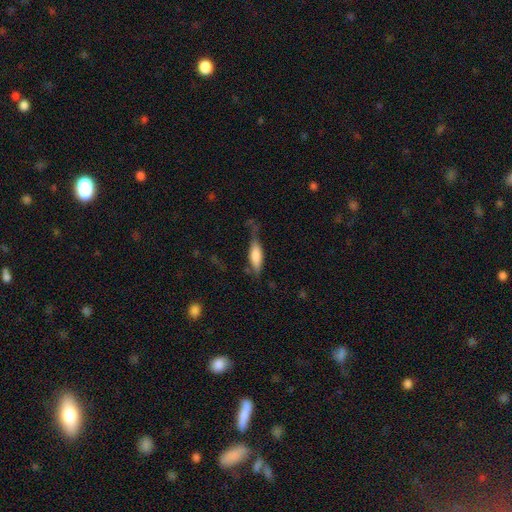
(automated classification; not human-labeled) Smooth or featured: smooth — 66% (featured or disk — 27%)
How rounded: in between — 51% (cigar-shaped — 47%)
Merging: none — 42% (minor disturbance — 33%)